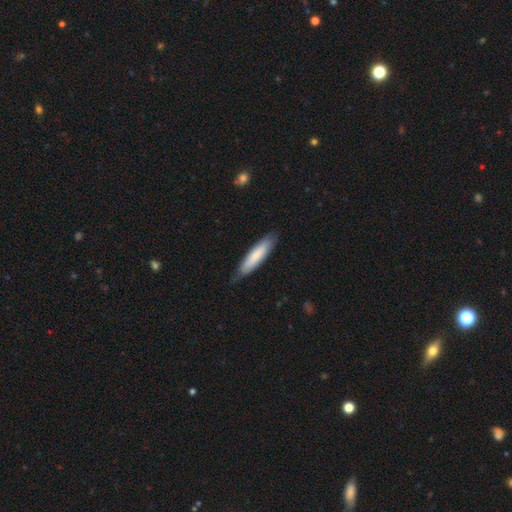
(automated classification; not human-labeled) This is likely a smooth galaxy (77%). How rounded: likely cigar-shaped (75%). Merging: likely none (80%).